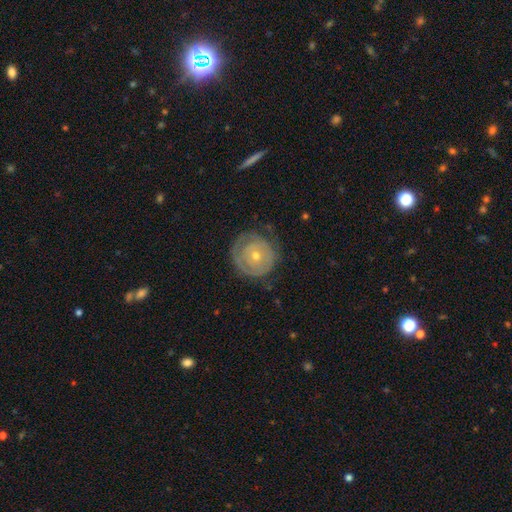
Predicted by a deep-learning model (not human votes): A featured or disk galaxy (69%) with no bar (84%), spiral arms (66%) and a small central bulge (58%). Merging: none (72%).